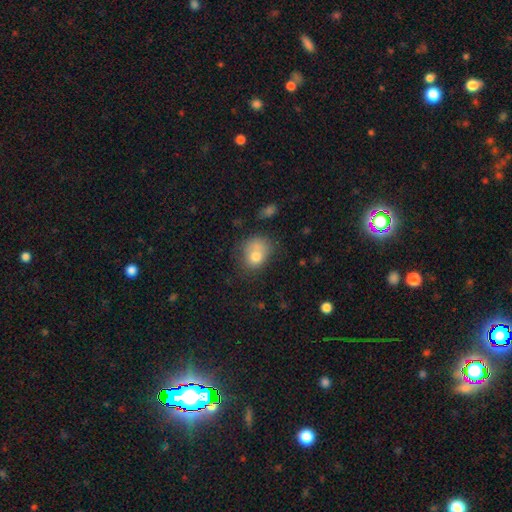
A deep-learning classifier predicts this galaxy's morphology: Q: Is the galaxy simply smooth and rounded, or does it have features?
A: smooth — 75%.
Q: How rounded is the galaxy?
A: round — 55%.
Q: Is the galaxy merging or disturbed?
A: none — 41%.